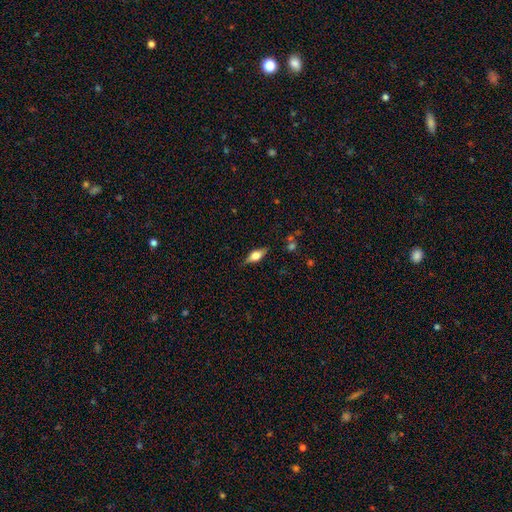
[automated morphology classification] This appears to be a smooth galaxy with no disk features (51%) that is in between round and cigar-shaped (72%). Merging: none (83%).